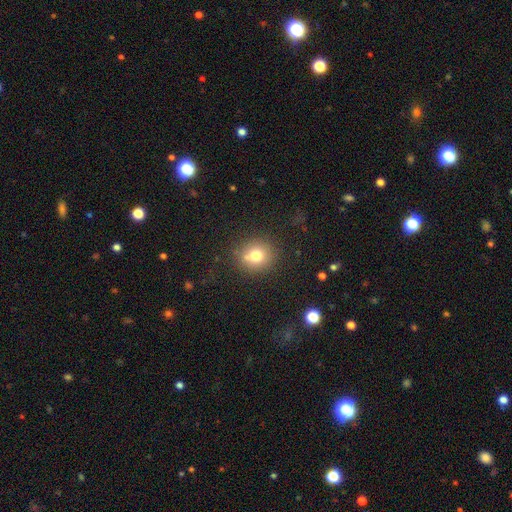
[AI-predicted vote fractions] Morphology: type=smooth (74%); roundness=round (86%); merging=none (76%).